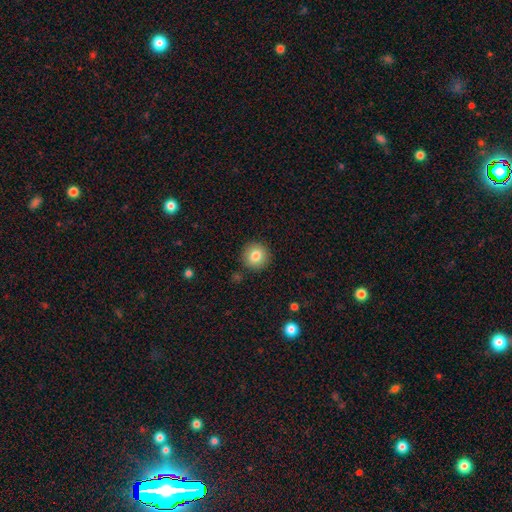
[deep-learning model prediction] Smooth or featured?
  - smooth: 82% *
  - star or artifact: 9%
  - featured or disk: 8%
How rounded?
  - round: 94% *
  - in between: 5%
  - cigar-shaped: 1%
Merging?
  - none: 90% *
  - minor disturbance: 6%
  - major disturbance: 2%
  - merger: 2%